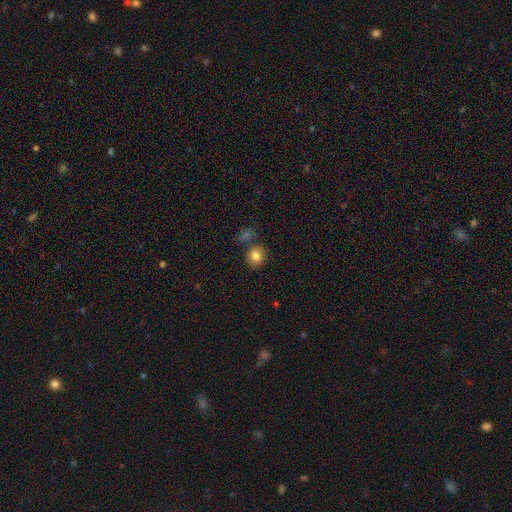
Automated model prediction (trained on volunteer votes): Q: Smooth or featured?
A: smooth (81%); runner-up: star or artifact (11%)
Q: How rounded?
A: round (76%); runner-up: in between (23%)
Q: Merging?
A: none (74%); runner-up: merger (12%)